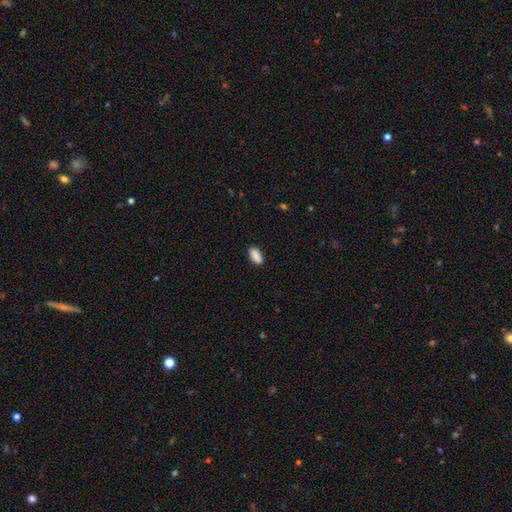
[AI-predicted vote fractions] The model was most divided on "how rounded": in between: 85%, cigar-shaped: 12%, round: 3%. More confident: smooth or featured — smooth (89%); merging — none (85%).